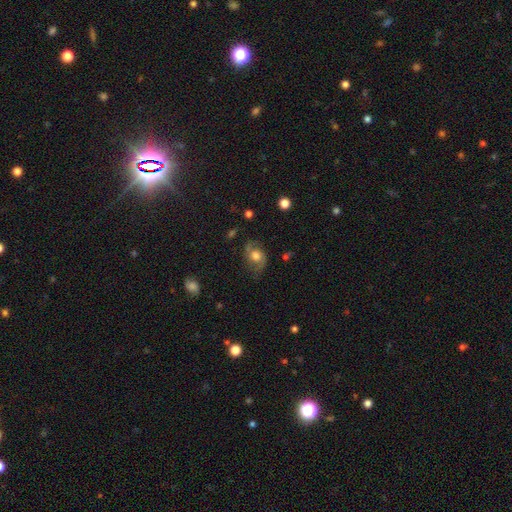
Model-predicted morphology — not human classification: Overall: featured or disk (55%; smooth 35%). Edge-on disk: no (95%). Bar: no (72%). Spiral arms: yes (84%). Bulge size: moderate (46%; large 39%). Merging: none (68%).